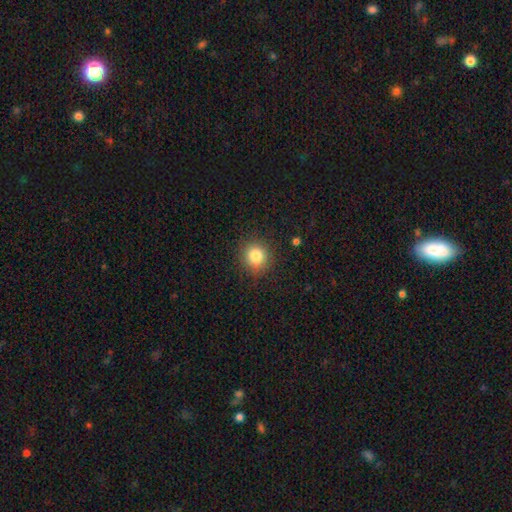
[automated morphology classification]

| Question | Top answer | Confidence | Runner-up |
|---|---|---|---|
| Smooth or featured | smooth | 82% | star or artifact (11%) |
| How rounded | round | 90% | in between (9%) |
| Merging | none | 89% | minor disturbance (8%) |